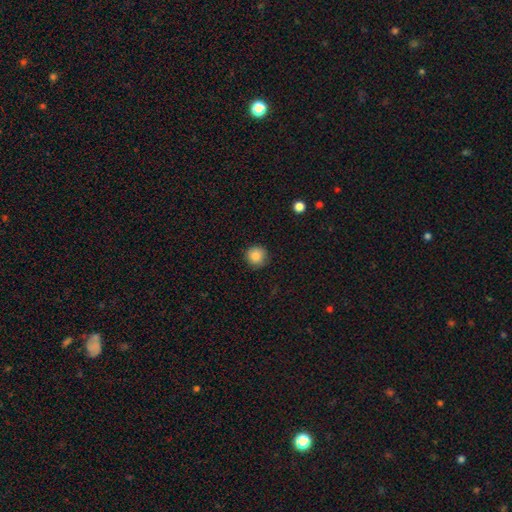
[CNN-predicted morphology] smooth_or_featured: smooth (p=0.86) [alt: star or artifact p=0.09]
how_rounded: round (p=0.95) [alt: in between p=0.05]
merging: none (p=0.89) [alt: minor disturbance p=0.07]